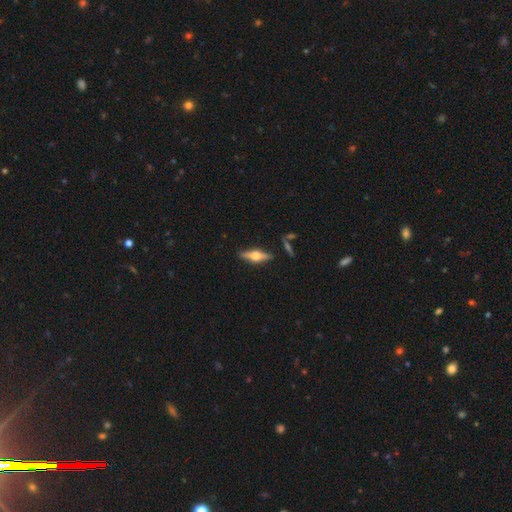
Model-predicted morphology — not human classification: smooth-or-featured: featured or disk: 72% | smooth: 21% | star or artifact: 7%
  disk-edge-on: yes: 96% | no: 4%
    edge-on-bulge: rounded: 94% | boxy: 4% | none: 1%
  merging: none: 86% | minor disturbance: 9% | merger: 3% | major disturbance: 2%